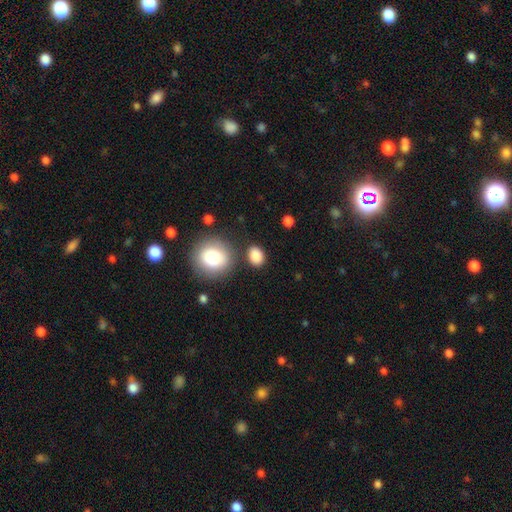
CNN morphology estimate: smooth_or_featured: smooth (p=0.87) [alt: star or artifact p=0.09]
how_rounded: in between (p=0.57) [alt: round p=0.41]
merging: none (p=0.76) [alt: minor disturbance p=0.12]